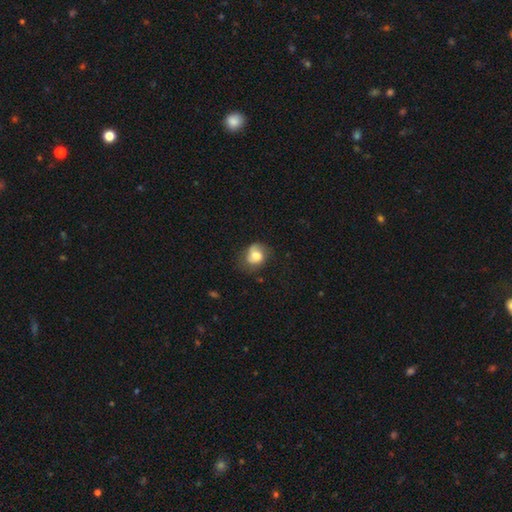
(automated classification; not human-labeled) The model was most divided on "how rounded": round: 58%, in between: 41%, cigar-shaped: 1%. More confident: smooth or featured — smooth (68%); merging — none (54%).